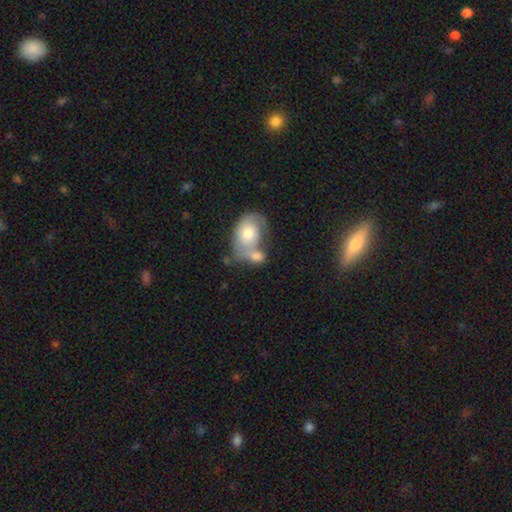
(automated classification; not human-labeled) Smooth or featured? Predicted: smooth (p=0.63). How rounded? Predicted: in between (p=0.73). Merging? Predicted: merger (p=0.58).